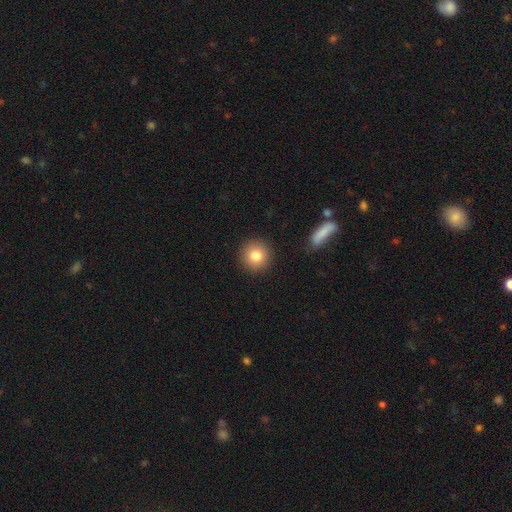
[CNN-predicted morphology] smooth_or_featured: smooth (p=0.81) [alt: star or artifact p=0.09]
how_rounded: round (p=0.93) [alt: in between p=0.06]
merging: none (p=0.91) [alt: minor disturbance p=0.06]